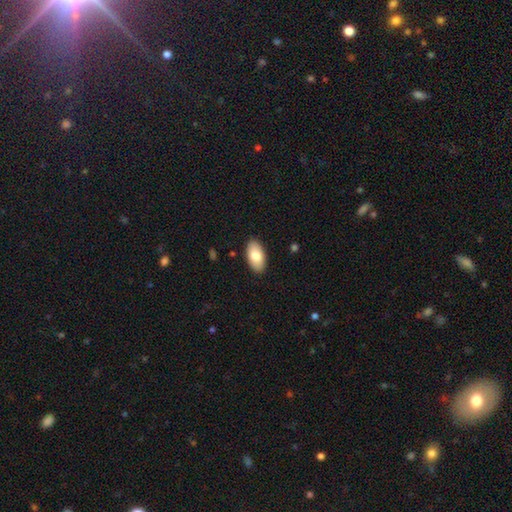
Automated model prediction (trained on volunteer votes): Smooth or featured: smooth — 79% (featured or disk — 14%)
How rounded: in between — 95% (round — 3%)
Merging: none — 89% (minor disturbance — 8%)